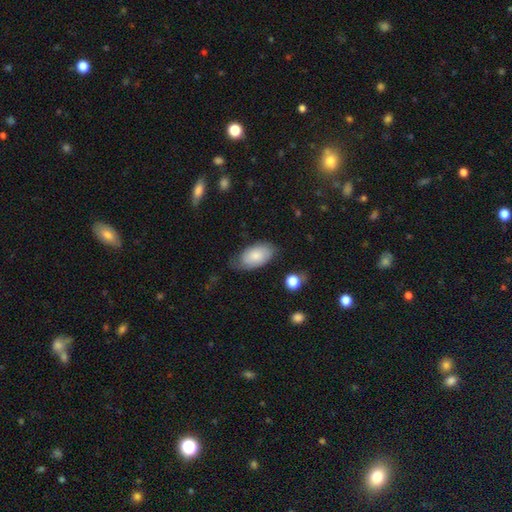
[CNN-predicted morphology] This is likely a smooth galaxy (73%). How rounded: clearly in between (94%). Merging: likely none (64%).